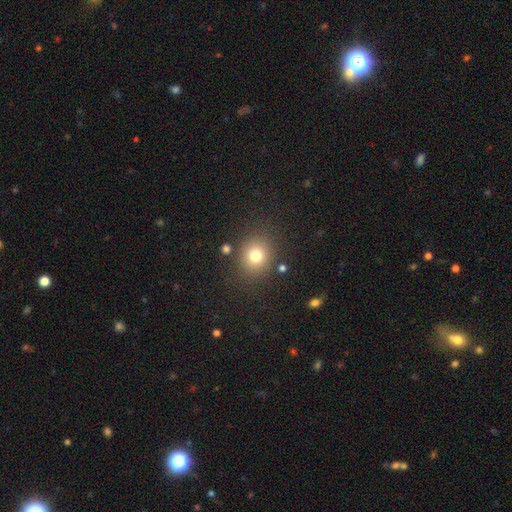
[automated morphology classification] This appears to be a smooth galaxy with no disk features (77%) that is round (78%). Merging: none (83%).